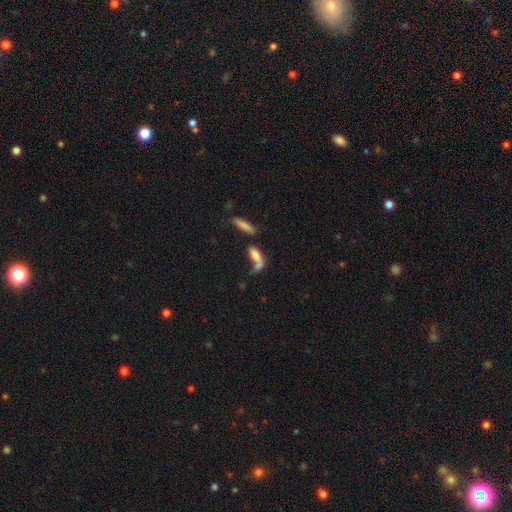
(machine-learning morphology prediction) Smooth or featured: smooth — 68% (featured or disk — 22%)
How rounded: in between — 63% (cigar-shaped — 32%)
Merging: merger — 39% (none — 31%)